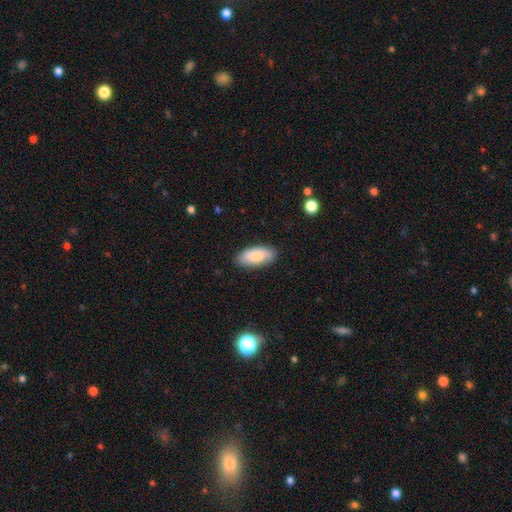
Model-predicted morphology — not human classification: smooth-or-featured: smooth: 76% | featured or disk: 18% | star or artifact: 6%
  how-rounded: in between: 90% | cigar-shaped: 8% | round: 2%
  merging: none: 84% | minor disturbance: 13% | major disturbance: 2% | merger: 1%